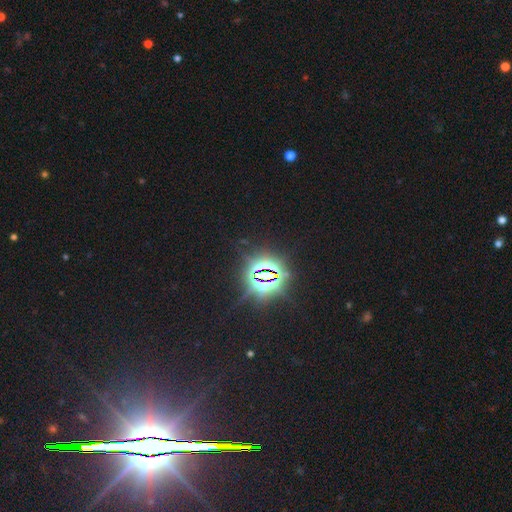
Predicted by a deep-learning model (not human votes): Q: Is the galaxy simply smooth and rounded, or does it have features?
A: star or artifact — 81%.